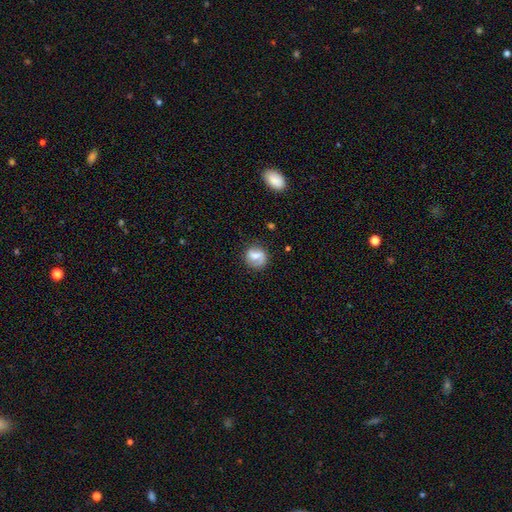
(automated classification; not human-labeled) Morphology: type=smooth (48%); merging=none (72%).